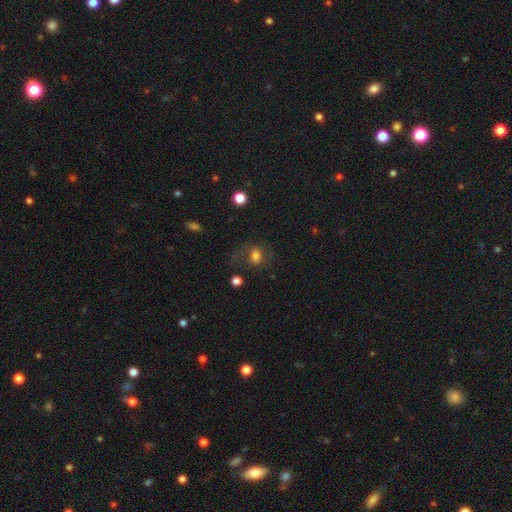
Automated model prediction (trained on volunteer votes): Morphology: type=smooth (68%); roundness=in between (55%); merging=none (56%).